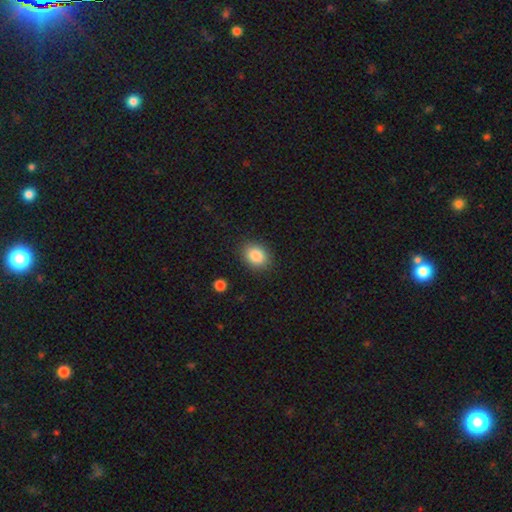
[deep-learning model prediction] The model was most divided on "how rounded": in between: 52%, round: 47%, cigar-shaped: 1%. More confident: merging — none (87%); smooth or featured — smooth (86%).